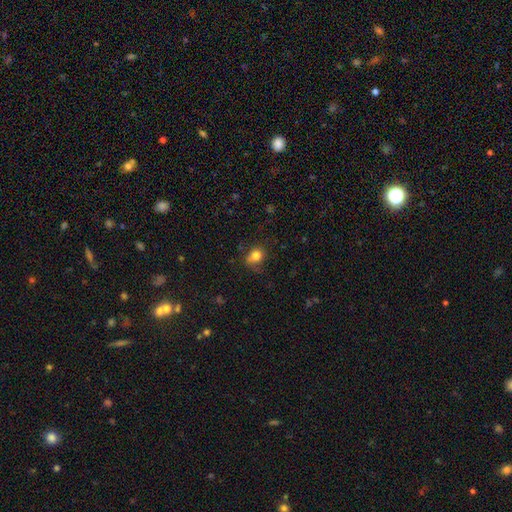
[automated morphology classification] A smooth galaxy with no disk features (81%) that is round (55%).

Vote fractions:
- Smooth or featured? smooth: 81% / star or artifact: 11% / featured or disk: 8%
- How rounded? round: 55% / in between: 44% / cigar-shaped: 1%
- Merging? none: 60% / minor disturbance: 27% / major disturbance: 11% / merger: 2%